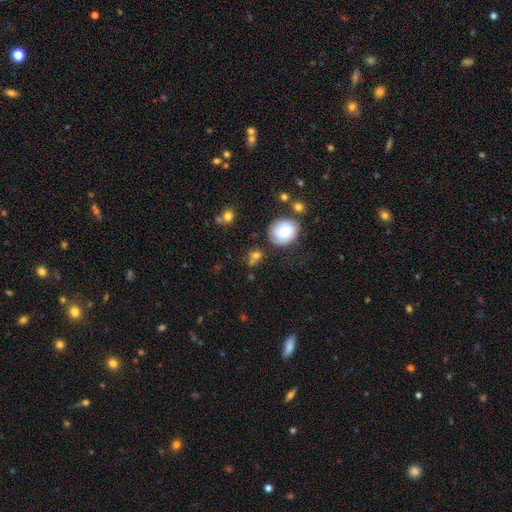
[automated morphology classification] Smooth or featured?
  - smooth: 69% *
  - featured or disk: 16%
  - star or artifact: 15%
How rounded?
  - round: 69% *
  - in between: 29%
  - cigar-shaped: 2%
Merging?
  - none: 58% *
  - minor disturbance: 17%
  - merger: 15%
  - major disturbance: 9%